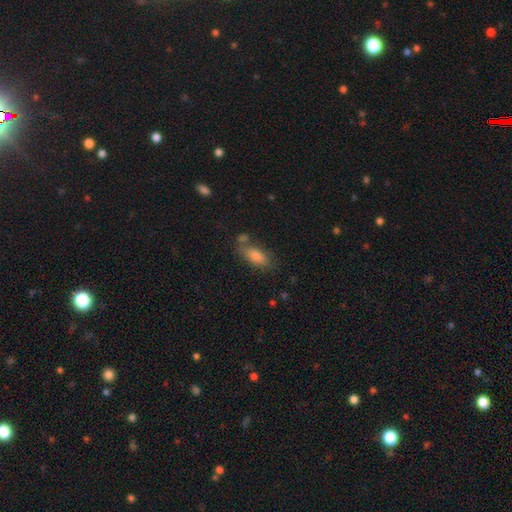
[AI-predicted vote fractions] The model was most divided on "merging": none: 63%, minor disturbance: 17%, merger: 13%, major disturbance: 6%. More confident: smooth or featured — smooth (79%); how rounded — in between (78%).